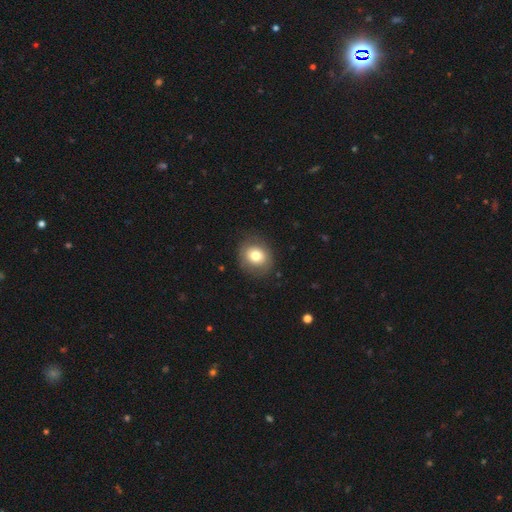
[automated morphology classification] This is likely a smooth galaxy (76%). How rounded: likely round (72%). Merging: clearly none (84%).